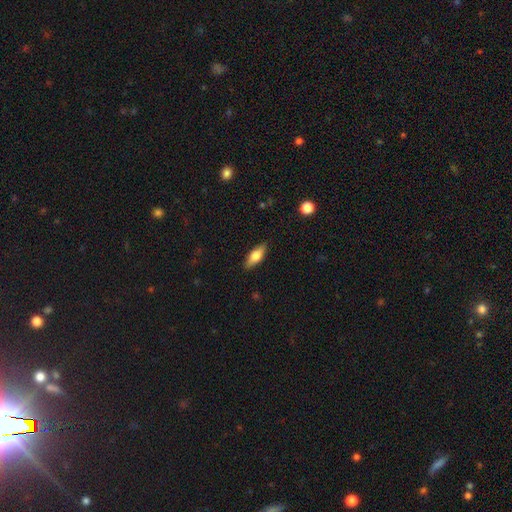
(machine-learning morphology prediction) This appears to be a smooth galaxy with no disk features (65%) that is in between round and cigar-shaped (69%). Merging: none (86%).